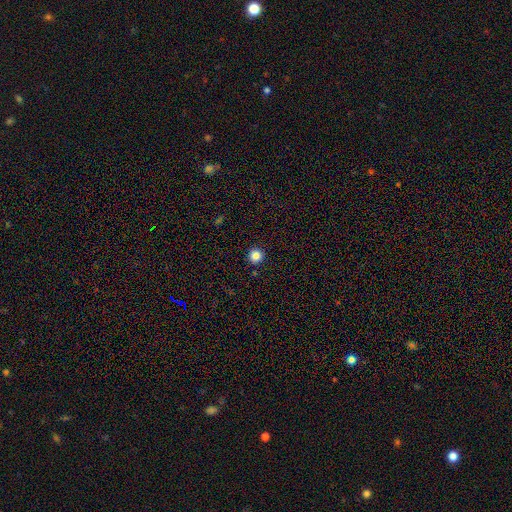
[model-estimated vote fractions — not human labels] The model was most divided on "smooth or featured": smooth: 84%, star or artifact: 11%, featured or disk: 4%. More confident: how rounded — round (96%); merging — none (93%).